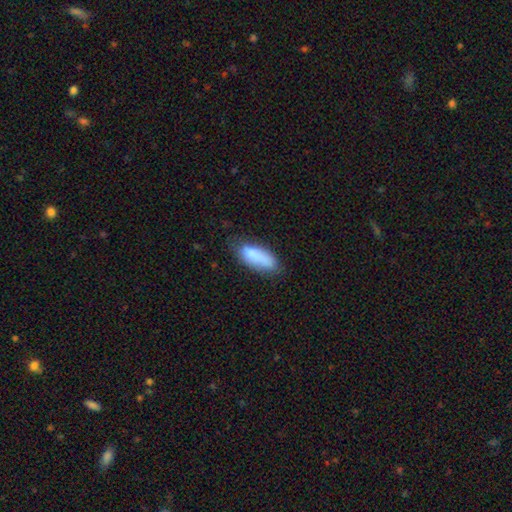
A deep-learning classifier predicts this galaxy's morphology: smooth 81%, featured or disk 11%, star or artifact 7%. Down the decision tree: how rounded — in between (75%); merging — none (59%).